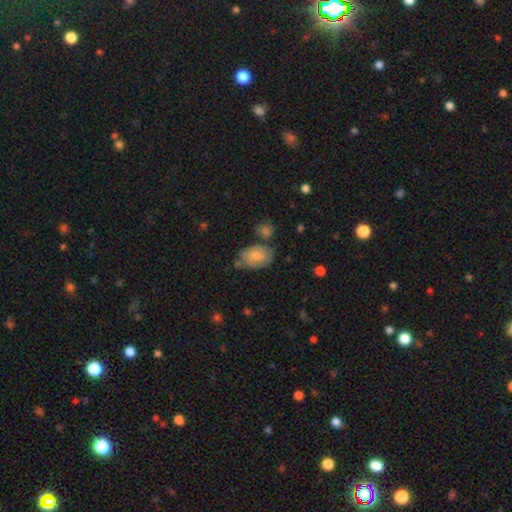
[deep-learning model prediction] This is likely a smooth galaxy (68%). How rounded: clearly in between (85%). Merging: possibly none (51%).